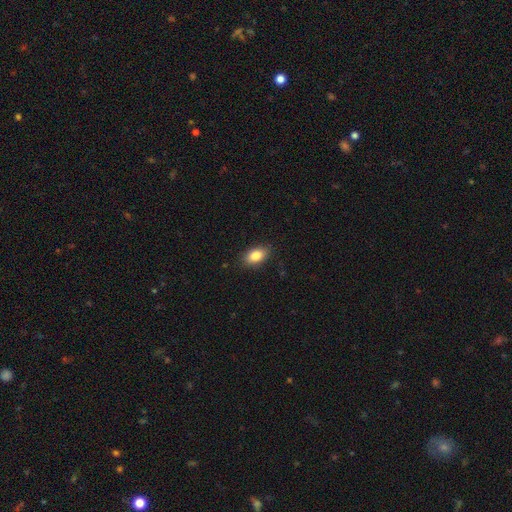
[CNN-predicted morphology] type=smooth (85%); roundness=in between (89%); merging=none (86%).